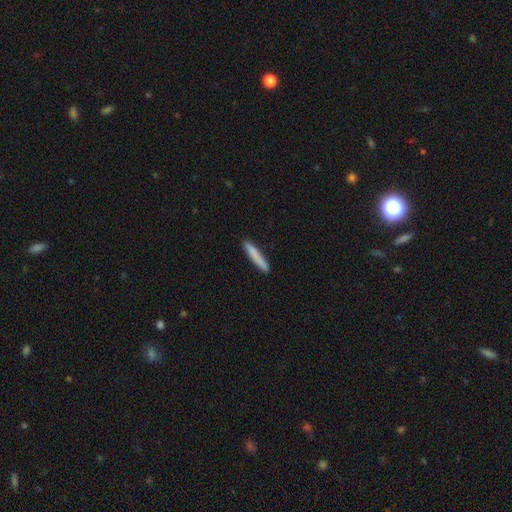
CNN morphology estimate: type=smooth (81%); roundness=cigar-shaped (95%); merging=none (90%).